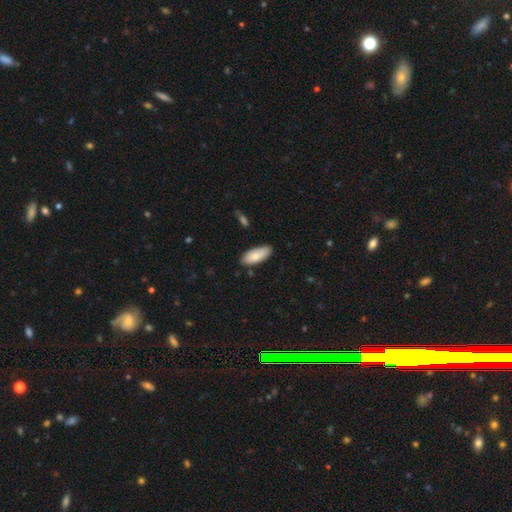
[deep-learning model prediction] Smooth or featured?
  - smooth: 82% *
  - featured or disk: 12%
  - star or artifact: 6%
How rounded?
  - in between: 87% *
  - cigar-shaped: 11%
  - round: 2%
Merging?
  - none: 83% *
  - minor disturbance: 13%
  - major disturbance: 2%
  - merger: 2%